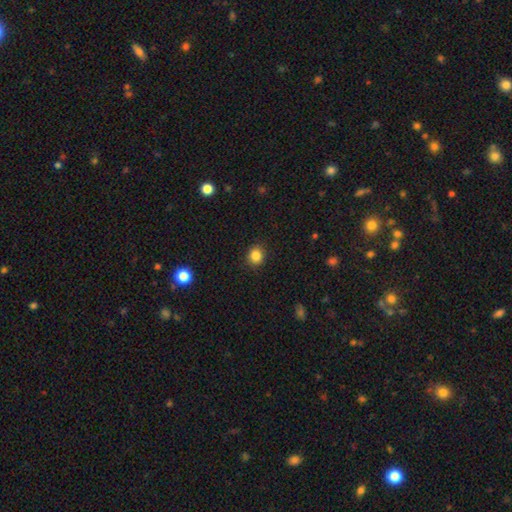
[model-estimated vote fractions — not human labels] This is clearly a smooth galaxy (85%). How rounded: likely round (76%). Merging: clearly none (90%).